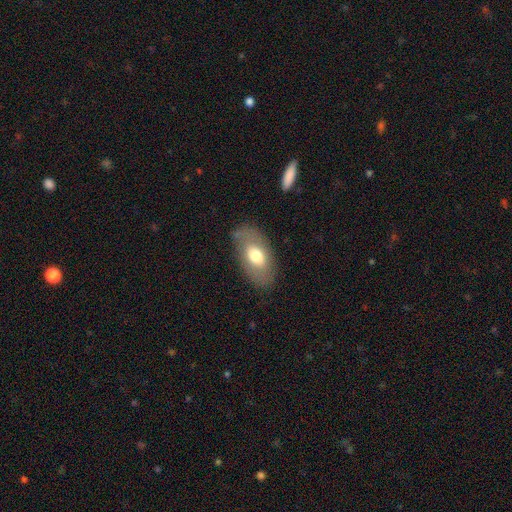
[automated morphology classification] Smooth or featured?
  - smooth: 63% *
  - featured or disk: 30%
  - star or artifact: 7%
How rounded?
  - in between: 93% *
  - round: 5%
  - cigar-shaped: 3%
Merging?
  - none: 79% *
  - minor disturbance: 15%
  - major disturbance: 5%
  - merger: 1%